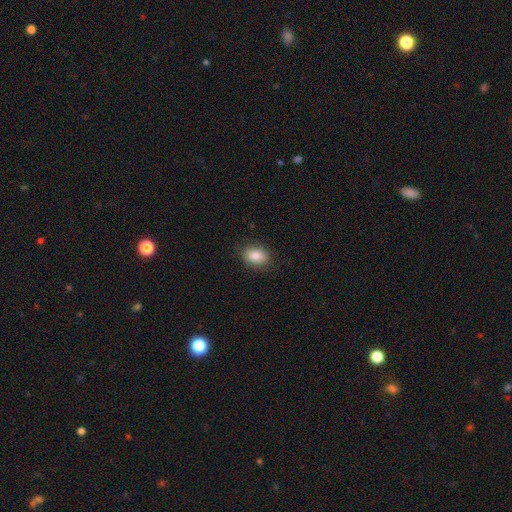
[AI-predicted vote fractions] This appears to be a smooth galaxy with no disk features (86%) that is in between round and cigar-shaped (75%). Merging: none (86%).